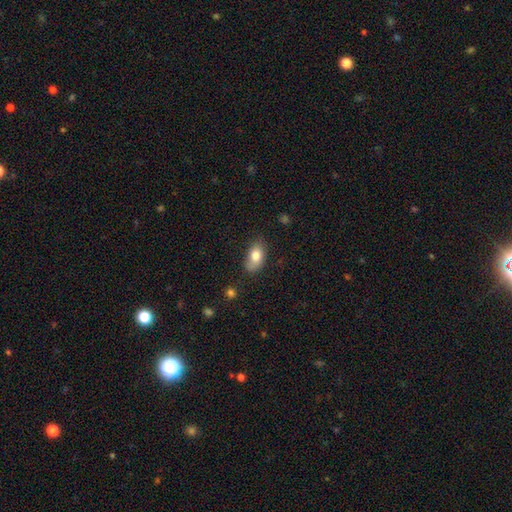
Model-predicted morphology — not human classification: This is likely a smooth galaxy (79%). How rounded: clearly in between (90%). Merging: likely none (65%).